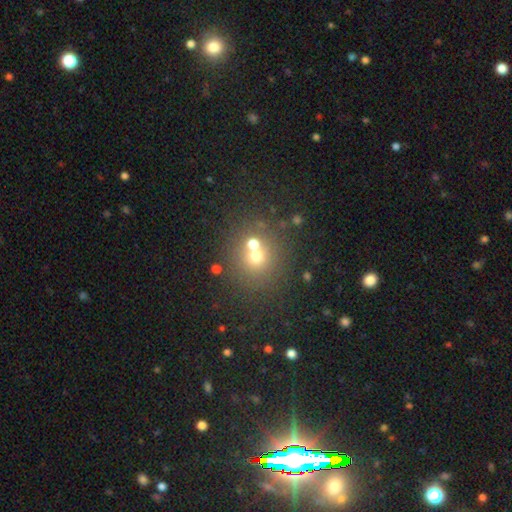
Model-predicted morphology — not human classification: This is likely a smooth galaxy (64%). How rounded: clearly round (87%). Merging: possibly none (56%).